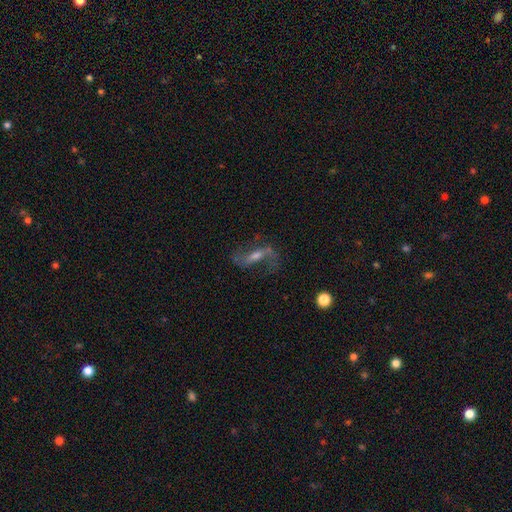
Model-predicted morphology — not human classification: smooth_or_featured: featured or disk (p=0.78) [alt: smooth p=0.13]
disk_edge_on: no (p=0.88) [alt: yes p=0.12]
bar: weak (p=0.42) [alt: strong p=0.38]
has_spiral_arms: yes (p=0.90) [alt: no p=0.10]
spiral_winding: loose (p=0.71) [alt: medium p=0.23]
spiral_arm_count: 2 (p=0.89) [alt: can't tell p=0.04]
bulge_size: moderate (p=0.47) [alt: small p=0.35]
merging: none (p=0.65) [alt: major disturbance p=0.16]